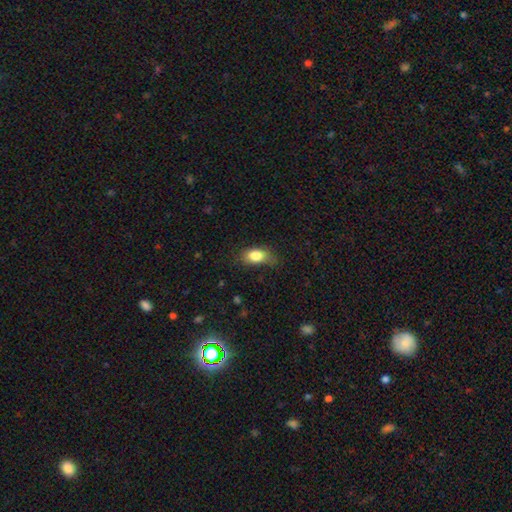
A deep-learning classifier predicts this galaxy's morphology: A smooth galaxy with no disk features (82%) that is in between round and cigar-shaped (83%). Merging: none (61%).